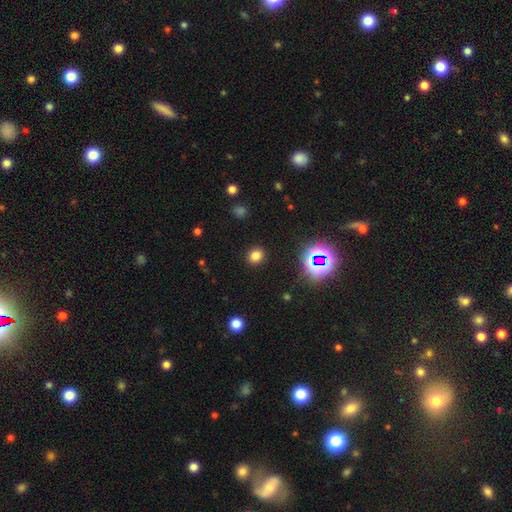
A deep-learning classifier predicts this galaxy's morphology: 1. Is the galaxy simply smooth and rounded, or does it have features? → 75% smooth, 19% star or artifact, 6% featured or disk.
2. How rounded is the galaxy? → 73% round, 26% in between, 1% cigar-shaped.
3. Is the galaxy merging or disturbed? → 90% none, 6% minor disturbance, 3% major disturbance, 1% merger.